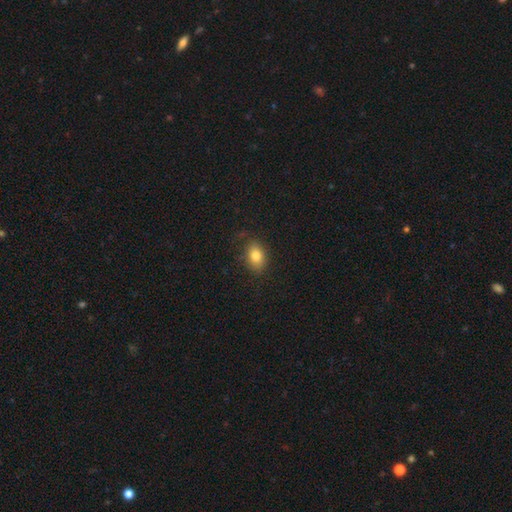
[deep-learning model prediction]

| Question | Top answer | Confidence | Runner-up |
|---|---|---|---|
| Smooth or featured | smooth | 81% | star or artifact (9%) |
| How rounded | in between | 77% | round (22%) |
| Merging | none | 81% | minor disturbance (14%) |